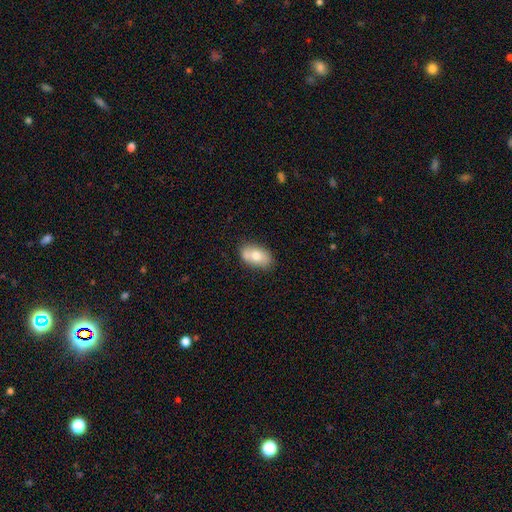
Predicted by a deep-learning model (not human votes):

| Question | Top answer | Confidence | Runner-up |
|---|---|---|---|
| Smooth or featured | smooth | 71% | featured or disk (22%) |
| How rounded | in between | 89% | round (9%) |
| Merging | none | 67% | minor disturbance (18%) |